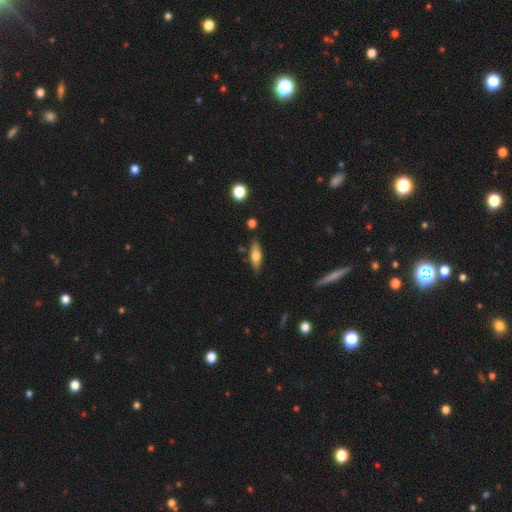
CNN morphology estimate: Overall: smooth (61%; featured or disk 32%). How rounded: in between (50%; cigar-shaped 47%). Merging: none (83%).